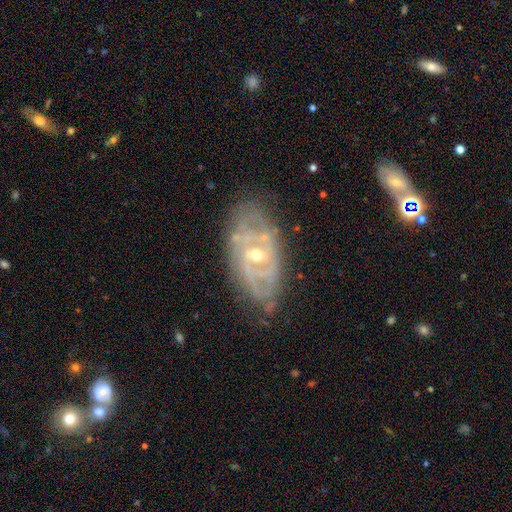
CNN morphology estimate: This is clearly a featured or disk galaxy (85%). It is clearly not viewed edge-on (93%). Bar: marginally weak (43%). Spiral arm pattern: clearly yes (88%). Spiral arm count: marginally can't tell (40%). Spiral winding: likely tight (64%). Central bulge: possibly small (49%). Merging: likely none (72%).